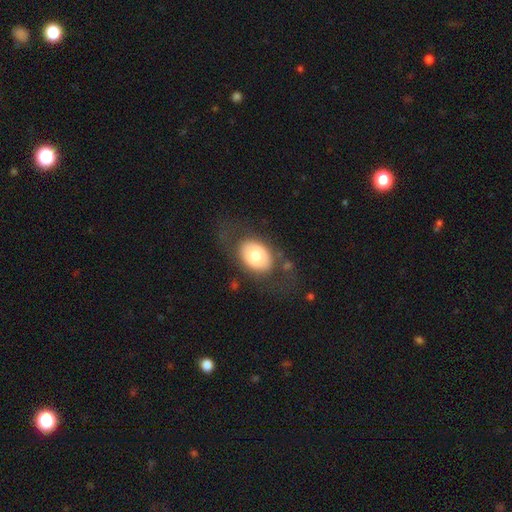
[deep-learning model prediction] Q: Smooth or featured?
A: smooth (68%); runner-up: featured or disk (25%)
Q: How rounded?
A: in between (80%); runner-up: round (19%)
Q: Merging?
A: none (69%); runner-up: minor disturbance (15%)